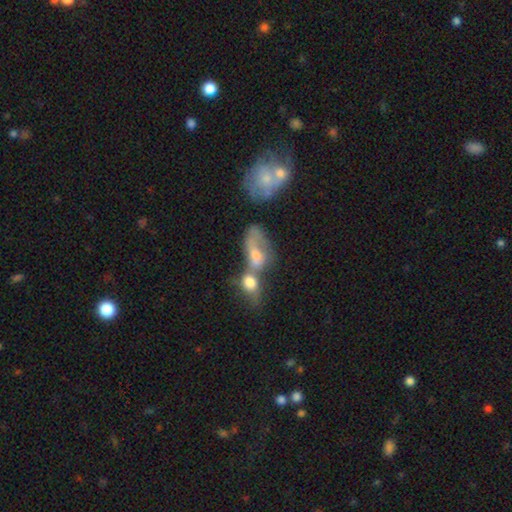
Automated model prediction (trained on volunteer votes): A smooth galaxy with no disk features (51%) that is in between round and cigar-shaped (74%). Merging: merger (66%).